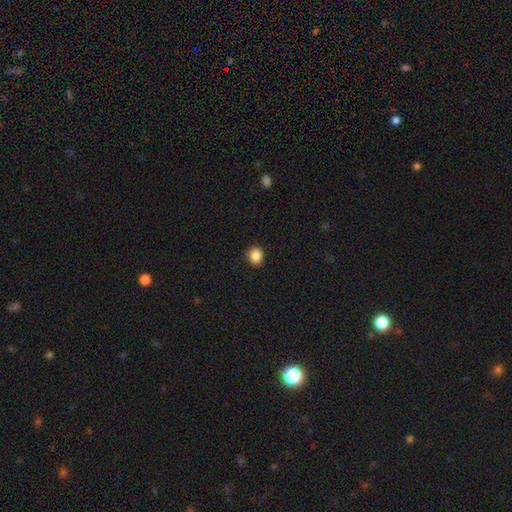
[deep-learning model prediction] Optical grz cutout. It shows a smooth galaxy with no disk features (87%) that is round (71%). Merging: none (87%).